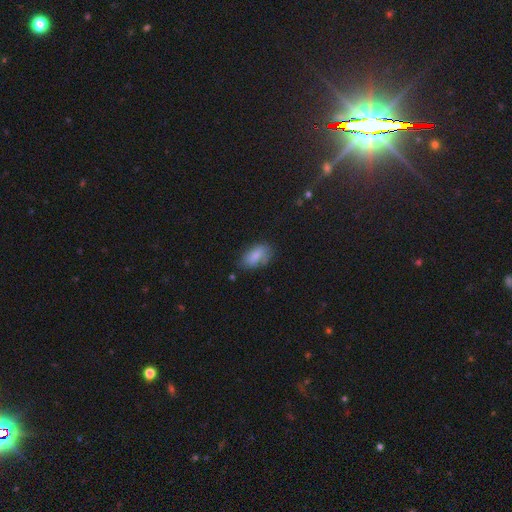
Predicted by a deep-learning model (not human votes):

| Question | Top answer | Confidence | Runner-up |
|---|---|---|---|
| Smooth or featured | smooth | 79% | featured or disk (14%) |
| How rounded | in between | 91% | round (5%) |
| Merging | none | 66% | minor disturbance (25%) |